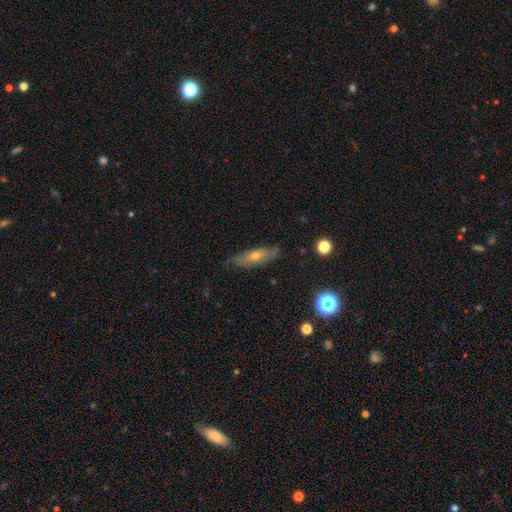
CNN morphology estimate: smooth_or_featured: featured or disk (p=0.48) [alt: smooth p=0.42]
merging: none (p=0.77) [alt: minor disturbance p=0.18]